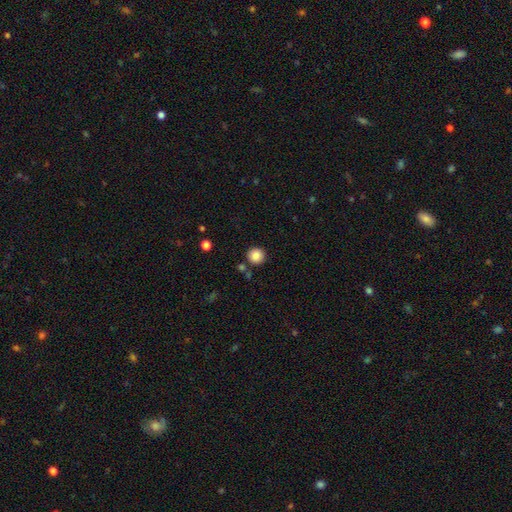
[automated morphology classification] Smooth or featured? Predicted: smooth (p=0.87). How rounded? Predicted: round (p=0.94). Merging? Predicted: none (p=0.87).